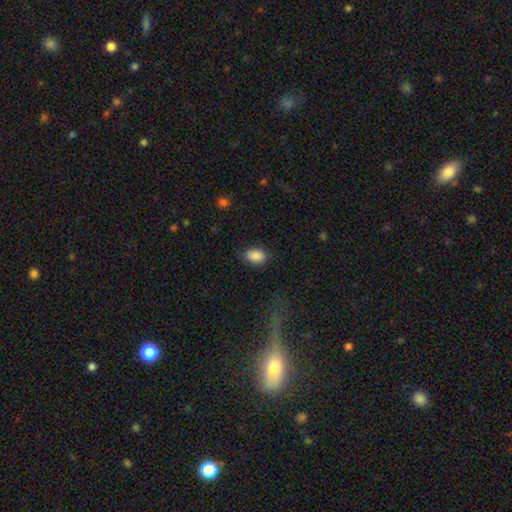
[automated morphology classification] Smooth or featured? smooth (86%)
How rounded? in between (75%)
Merging? none (74%)